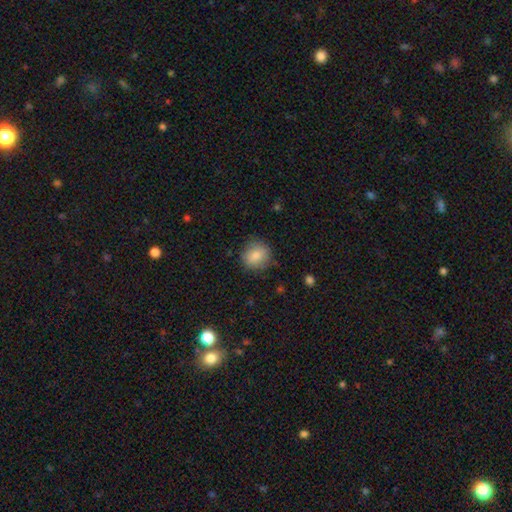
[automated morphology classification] Smooth or featured?
  - smooth: 84% *
  - star or artifact: 8%
  - featured or disk: 8%
How rounded?
  - round: 86% *
  - in between: 13%
  - cigar-shaped: 1%
Merging?
  - none: 82% *
  - minor disturbance: 14%
  - major disturbance: 3%
  - merger: 1%